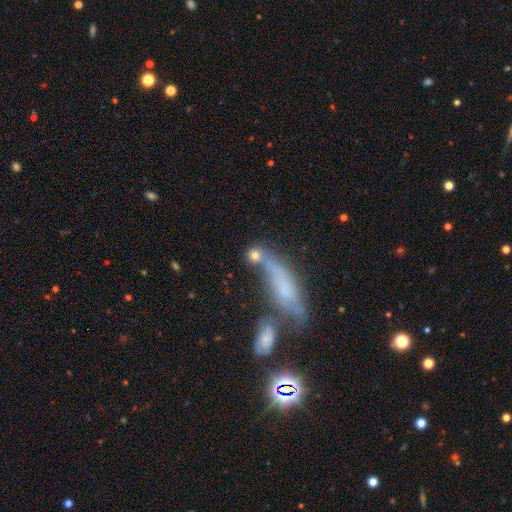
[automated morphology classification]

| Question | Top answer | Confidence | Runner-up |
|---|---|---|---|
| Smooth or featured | smooth | 67% | featured or disk (19%) |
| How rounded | round | 45% | in between (29%) |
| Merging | none | 48% | merger (31%) |